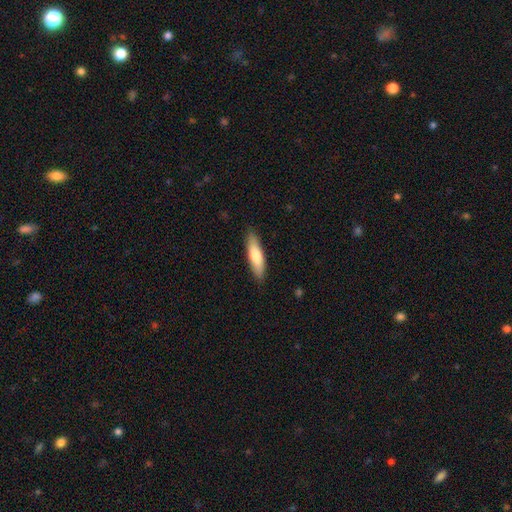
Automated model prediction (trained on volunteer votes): The model was most divided on "how rounded": cigar-shaped: 65%, in between: 33%, round: 2%. More confident: merging — none (87%); smooth or featured — smooth (73%).